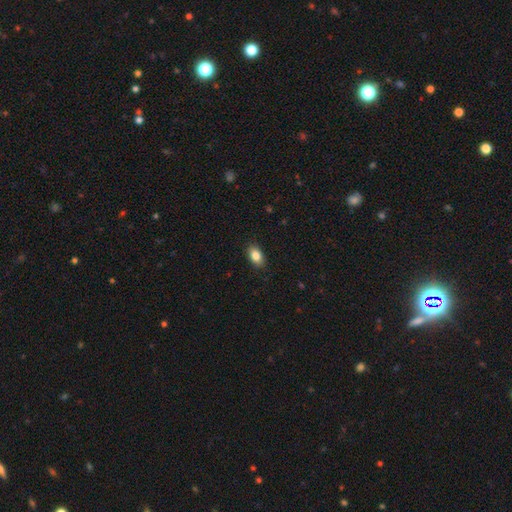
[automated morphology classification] smooth_or_featured: smooth (p=0.85) [alt: star or artifact p=0.08]
how_rounded: in between (p=0.89) [alt: round p=0.09]
merging: none (p=0.88) [alt: minor disturbance p=0.09]